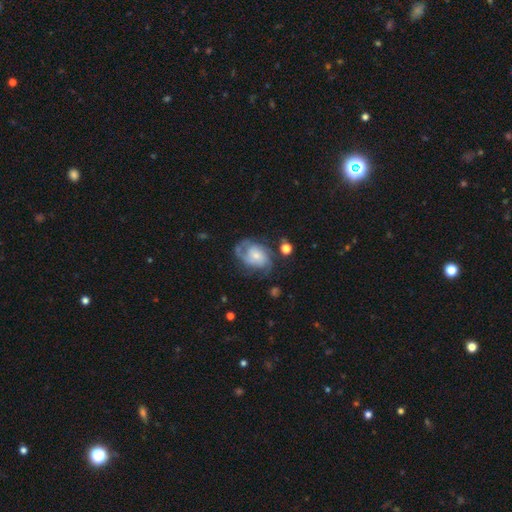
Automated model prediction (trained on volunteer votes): This appears to be a featured or disk galaxy (75%) with no bar (69%), 2 (38%) medium (43%) spiral arms (91%) and a small central bulge (61%). Merging: none (54%).